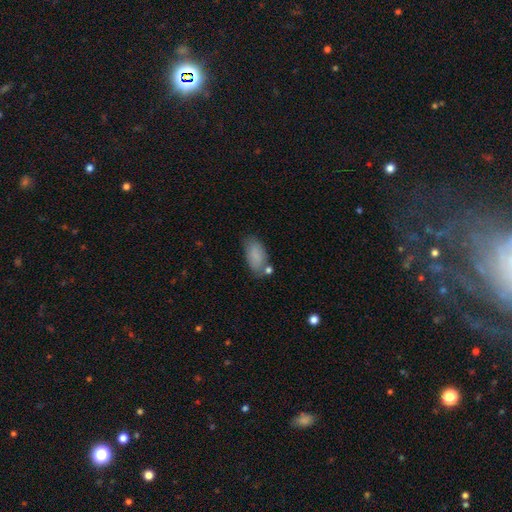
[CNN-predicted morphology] Q: Smooth or featured?
A: smooth (84%); runner-up: featured or disk (9%)
Q: How rounded?
A: in between (93%); runner-up: cigar-shaped (4%)
Q: Merging?
A: none (65%); runner-up: minor disturbance (21%)